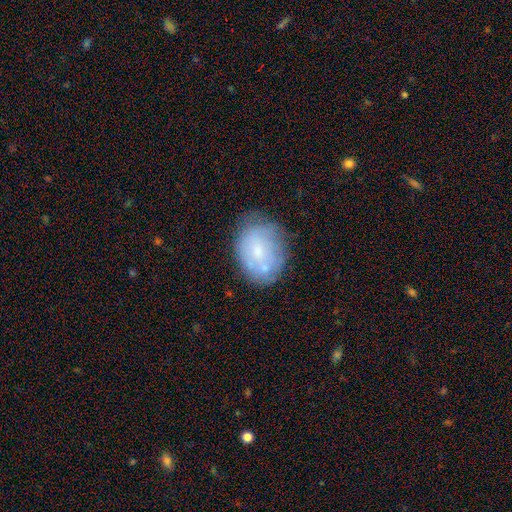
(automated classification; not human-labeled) This appears to be a smooth galaxy with no disk features (59%) that is in between round and cigar-shaped (64%). Merging: none (53%).